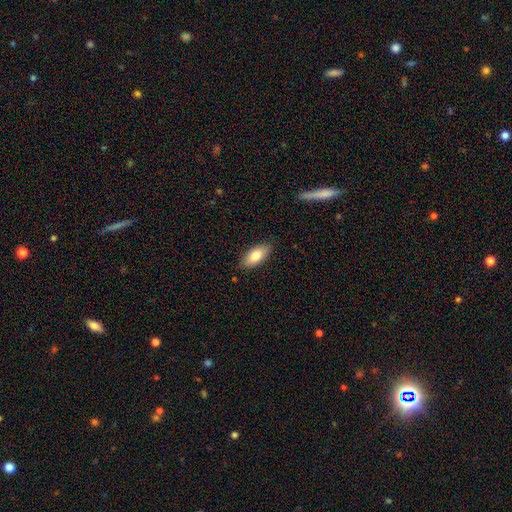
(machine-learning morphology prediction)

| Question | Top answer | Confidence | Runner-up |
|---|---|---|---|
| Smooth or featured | smooth | 79% | featured or disk (14%) |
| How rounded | in between | 86% | cigar-shaped (12%) |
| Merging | none | 85% | minor disturbance (11%) |